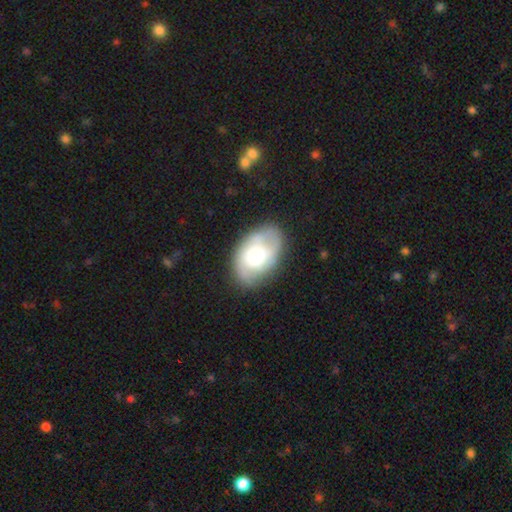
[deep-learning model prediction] This is possibly a smooth galaxy (49%). Merging: likely none (70%).